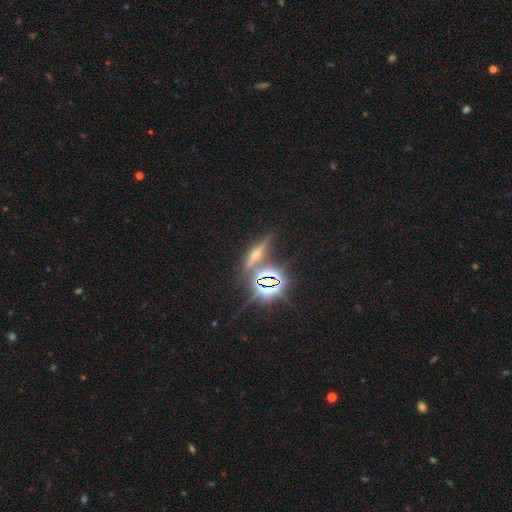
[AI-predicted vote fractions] Overall: star or artifact (44%; featured or disk 32%).